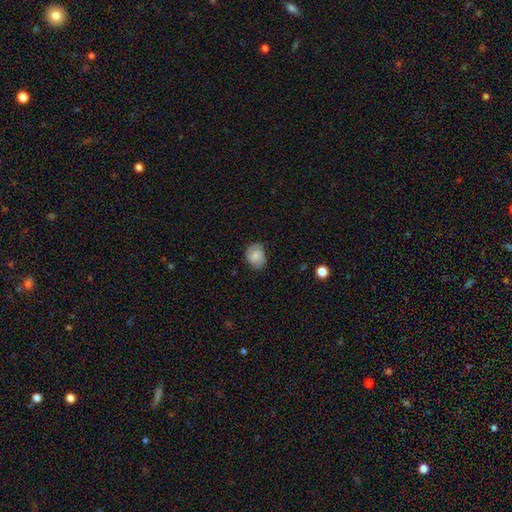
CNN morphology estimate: Smooth or featured? Predicted: smooth (p=0.71). How rounded? Predicted: round (p=0.51). Merging? Predicted: none (p=0.74).